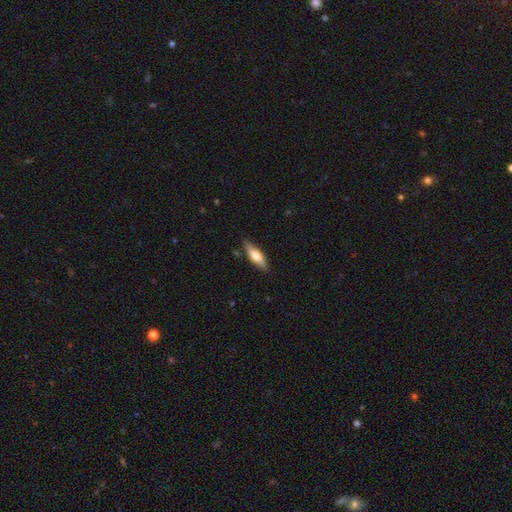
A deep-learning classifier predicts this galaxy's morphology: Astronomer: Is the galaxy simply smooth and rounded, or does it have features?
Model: smooth — 64%.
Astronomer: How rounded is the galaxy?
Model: in between — 53% (runner-up: cigar-shaped, 45%).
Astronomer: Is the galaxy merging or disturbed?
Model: none — 82%.